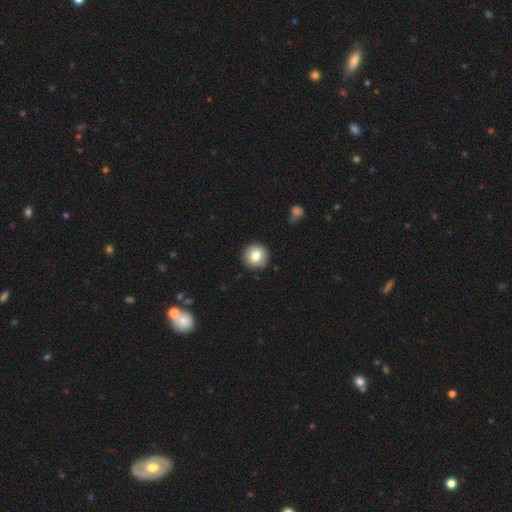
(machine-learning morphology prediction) The model was most divided on "smooth or featured": smooth: 80%, featured or disk: 11%, star or artifact: 9%. More confident: how rounded — round (95%); merging — none (90%).